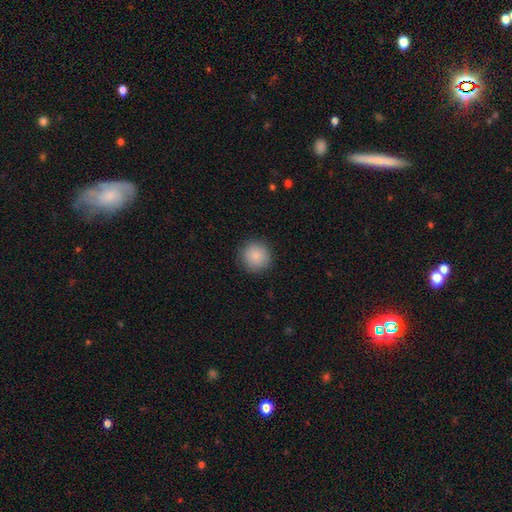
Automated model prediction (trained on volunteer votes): Q: Smooth or featured?
A: smooth (86%); runner-up: star or artifact (8%)
Q: How rounded?
A: round (95%); runner-up: in between (4%)
Q: Merging?
A: none (89%); runner-up: minor disturbance (8%)